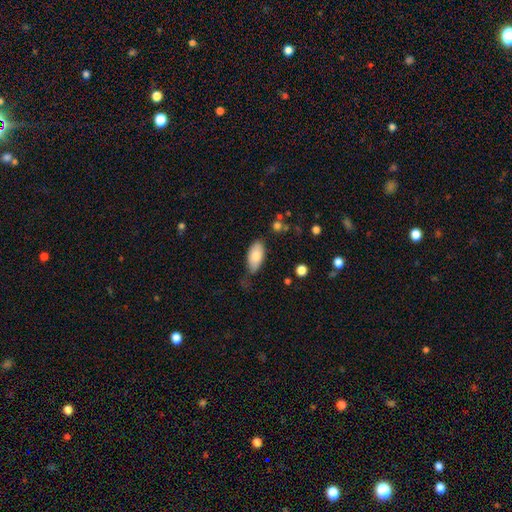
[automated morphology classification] A smooth galaxy with no disk features (81%) that is in between round and cigar-shaped (92%).

Vote fractions:
- Smooth or featured? smooth: 81% / featured or disk: 13% / star or artifact: 6%
- How rounded? in between: 92% / cigar-shaped: 6% / round: 2%
- Merging? none: 63% / minor disturbance: 27% / major disturbance: 7% / merger: 3%